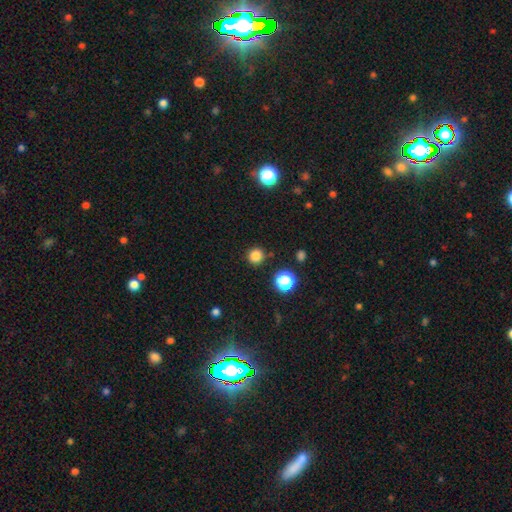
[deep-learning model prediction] Morphology: type=smooth (82%); roundness=round (94%); merging=none (89%).